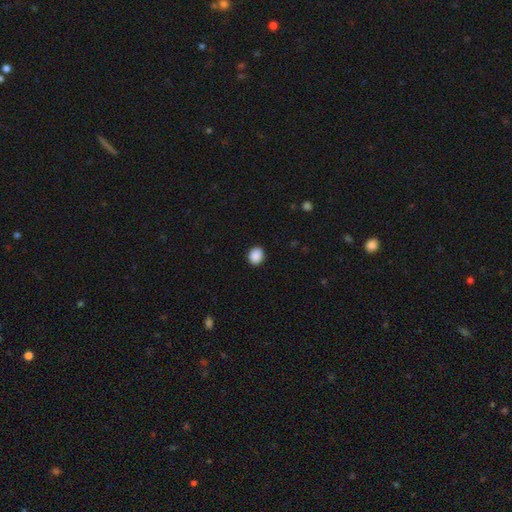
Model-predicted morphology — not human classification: smooth_or_featured: smooth (p=0.89) [alt: star or artifact p=0.08]
how_rounded: round (p=0.71) [alt: in between p=0.28]
merging: none (p=0.90) [alt: minor disturbance p=0.07]